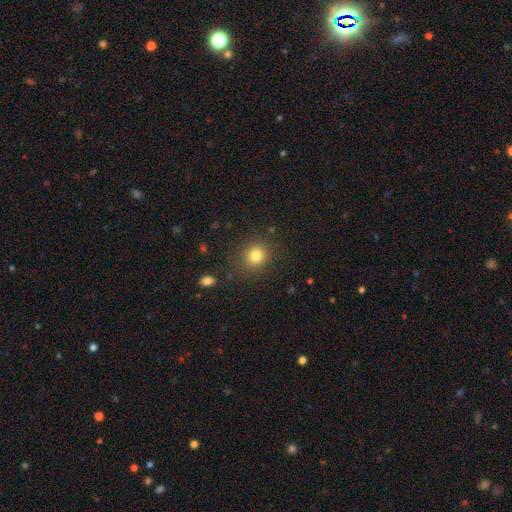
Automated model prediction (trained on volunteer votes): The model was most divided on "how rounded": round: 81%, in between: 18%, cigar-shaped: 1%. More confident: merging — none (84%); smooth or featured — smooth (82%).